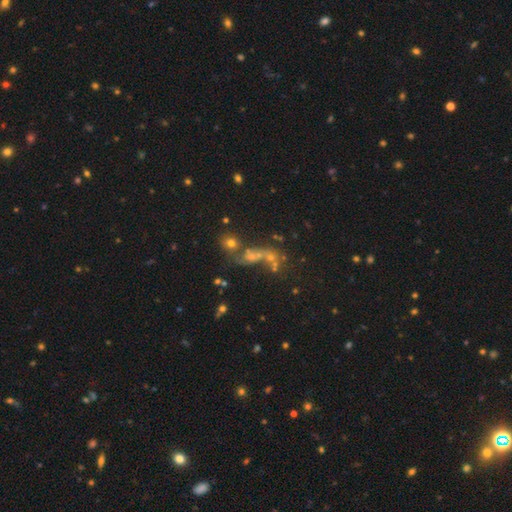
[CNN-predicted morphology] smooth 36%, featured or disk 34%, star or artifact 30%. Down the decision tree: merging — merger (43%).